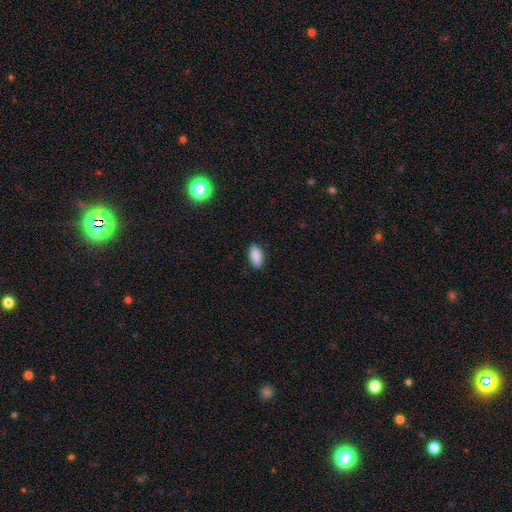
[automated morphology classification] Q: Smooth or featured?
A: smooth (88%); runner-up: star or artifact (7%)
Q: How rounded?
A: in between (89%); runner-up: cigar-shaped (8%)
Q: Merging?
A: none (87%); runner-up: minor disturbance (10%)